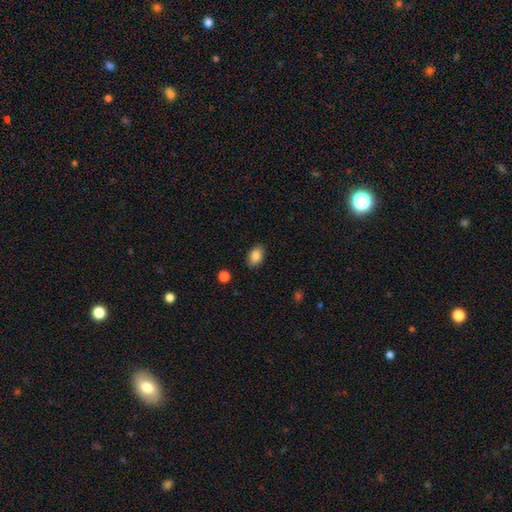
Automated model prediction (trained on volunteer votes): This is clearly a smooth galaxy (86%). How rounded: clearly in between (85%). Merging: clearly none (86%).